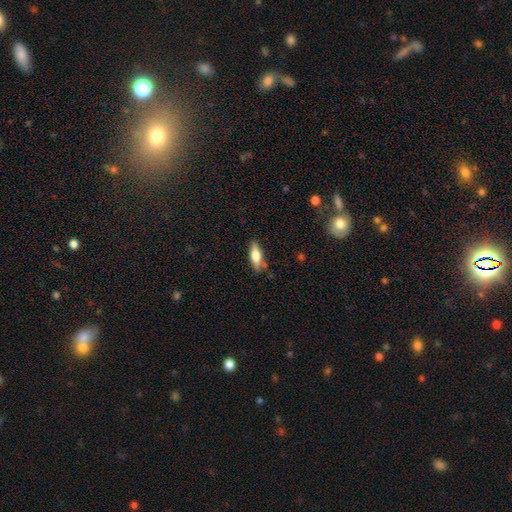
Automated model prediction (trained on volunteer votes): A smooth galaxy with no disk features (59%) that is in between round and cigar-shaped (54%).

Vote fractions:
- Smooth or featured? smooth: 59% / featured or disk: 35% / star or artifact: 7%
- How rounded? in between: 54% / cigar-shaped: 44% / round: 3%
- Merging? none: 78% / minor disturbance: 16% / major disturbance: 3% / merger: 3%